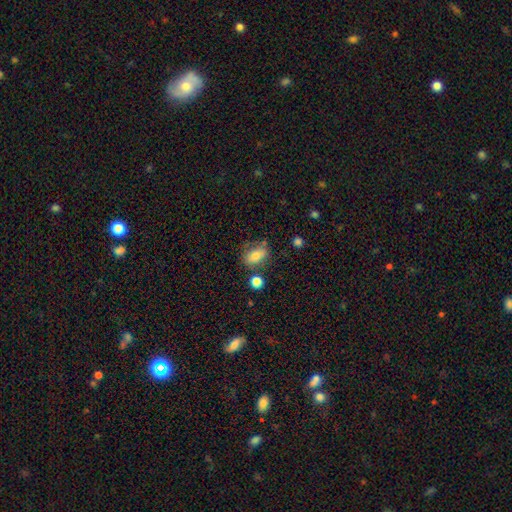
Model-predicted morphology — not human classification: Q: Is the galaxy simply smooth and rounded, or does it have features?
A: smooth — 70%.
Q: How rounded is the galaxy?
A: in between — 78%.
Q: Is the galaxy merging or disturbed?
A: none — 66%.